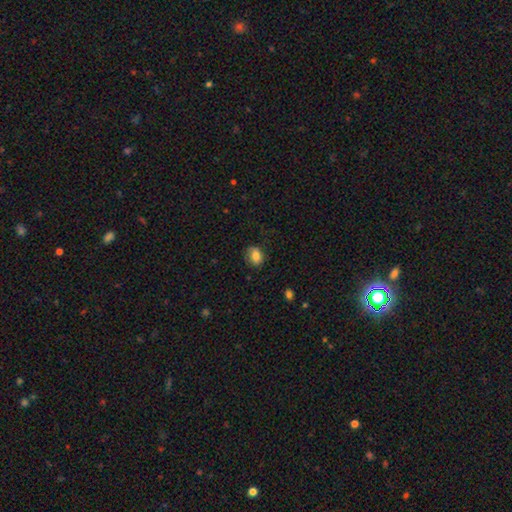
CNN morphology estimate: Overall: smooth (81%). How rounded: in between (61%; round 38%). Merging: none (72%).